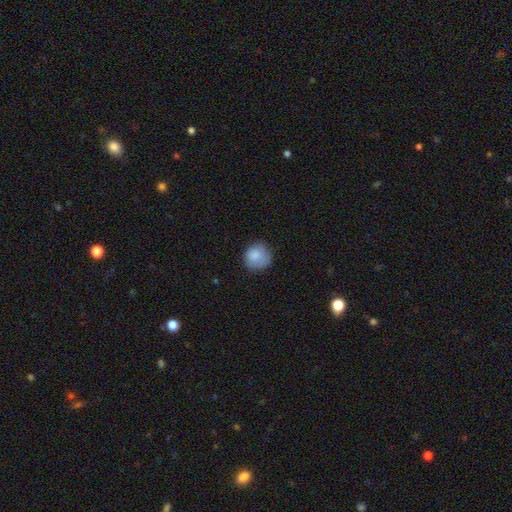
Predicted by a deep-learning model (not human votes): smooth_or_featured: smooth (p=0.84) [alt: star or artifact p=0.08]
how_rounded: round (p=0.87) [alt: in between p=0.13]
merging: none (p=0.71) [alt: minor disturbance p=0.22]